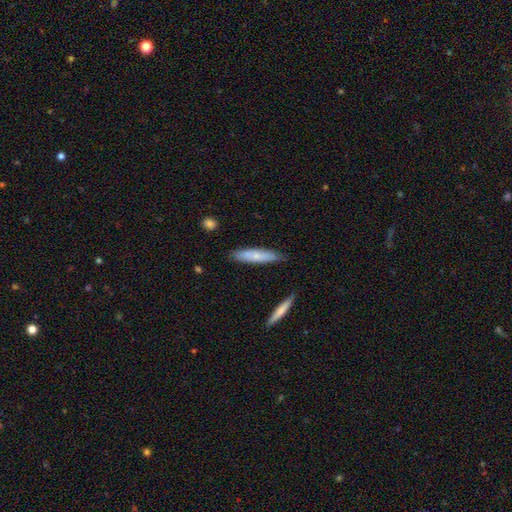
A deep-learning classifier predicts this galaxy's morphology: Q: Smooth or featured?
A: smooth (65%); runner-up: featured or disk (29%)
Q: How rounded?
A: cigar-shaped (81%); runner-up: in between (17%)
Q: Merging?
A: none (82%); runner-up: minor disturbance (14%)